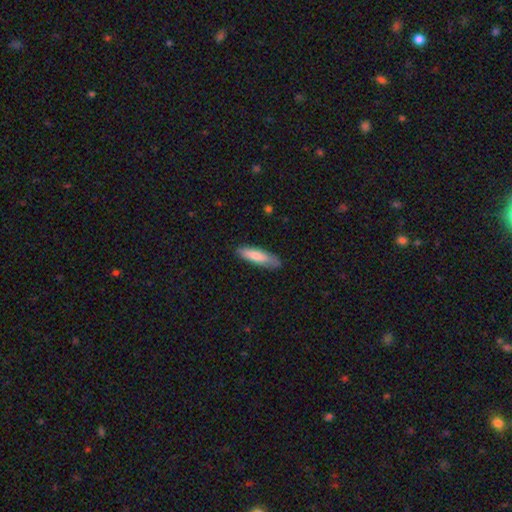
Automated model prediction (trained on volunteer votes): Smooth or featured: smooth — 78% (featured or disk — 16%)
How rounded: cigar-shaped — 68% (in between — 31%)
Merging: none — 81% (minor disturbance — 15%)